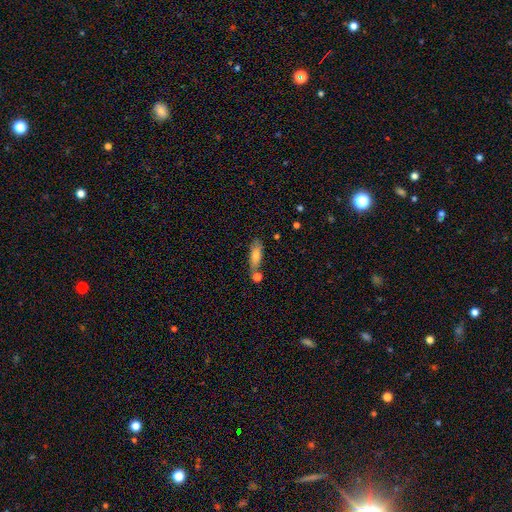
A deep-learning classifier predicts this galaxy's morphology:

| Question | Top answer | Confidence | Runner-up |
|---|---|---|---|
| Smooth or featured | smooth | 76% | featured or disk (17%) |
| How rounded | in between | 54% | cigar-shaped (43%) |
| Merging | none | 61% | merger (18%) |